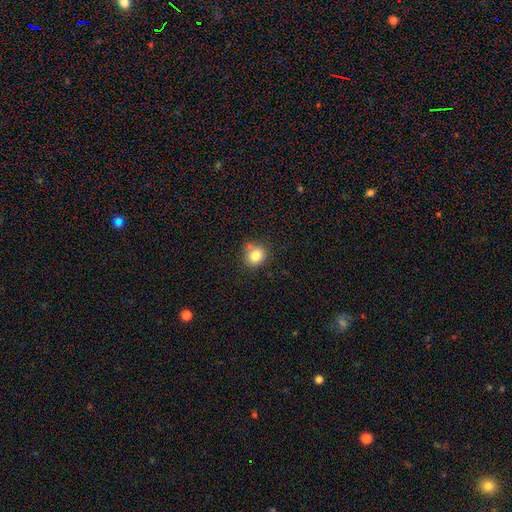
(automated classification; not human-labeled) Smooth or featured? smooth (81%)
How rounded? round (85%)
Merging? none (71%)